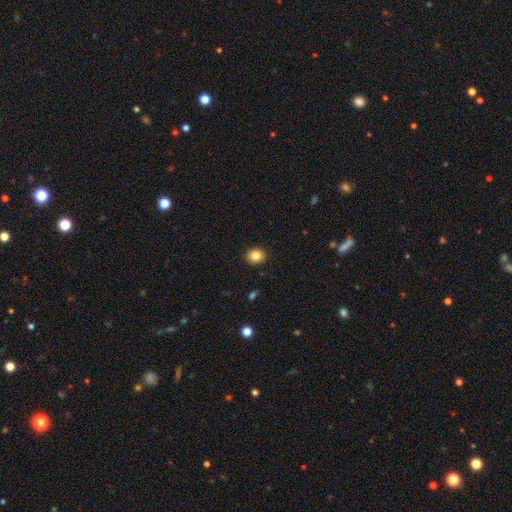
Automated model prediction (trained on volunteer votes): Morphology: type=smooth (84%); roundness=round (61%); merging=none (91%).